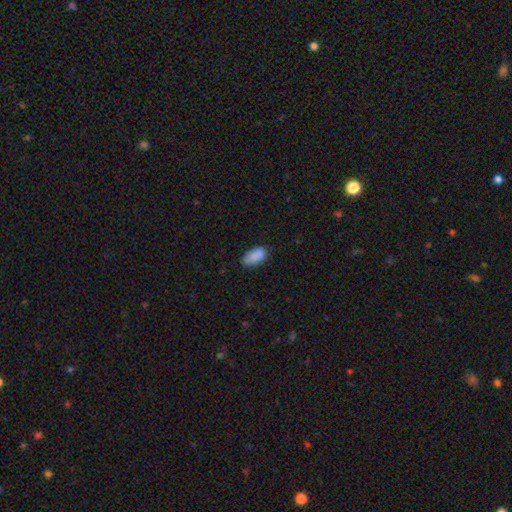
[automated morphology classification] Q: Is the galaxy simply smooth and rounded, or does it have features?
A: smooth — 88%.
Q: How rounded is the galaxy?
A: in between — 93%.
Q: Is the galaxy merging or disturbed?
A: none — 75%.